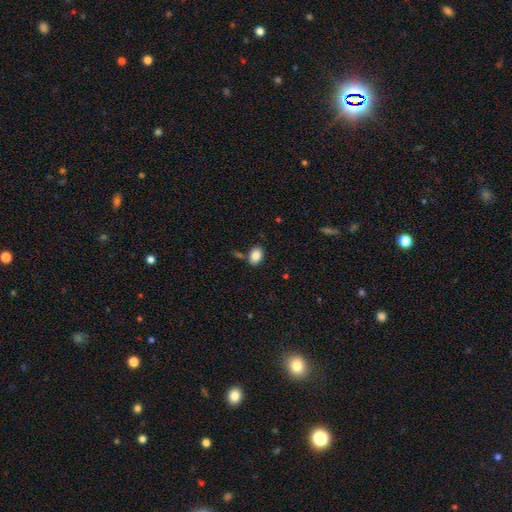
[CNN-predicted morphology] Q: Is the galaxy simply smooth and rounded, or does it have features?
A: smooth — 87%.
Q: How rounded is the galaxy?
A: in between — 81%.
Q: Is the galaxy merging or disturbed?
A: none — 75%.